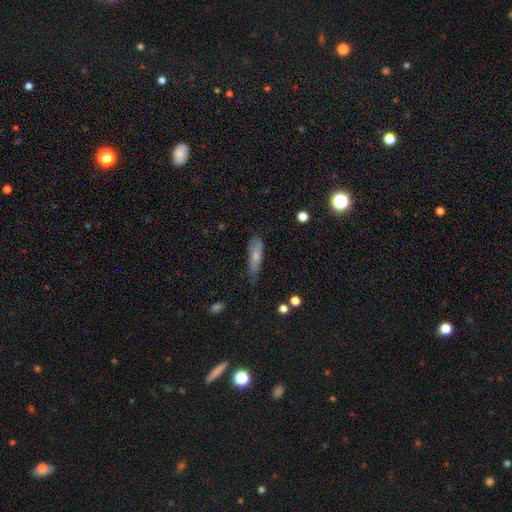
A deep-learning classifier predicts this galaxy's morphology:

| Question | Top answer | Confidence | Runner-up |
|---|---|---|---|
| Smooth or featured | smooth | 66% | featured or disk (27%) |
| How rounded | cigar-shaped | 52% | in between (45%) |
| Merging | none | 48% | minor disturbance (37%) |